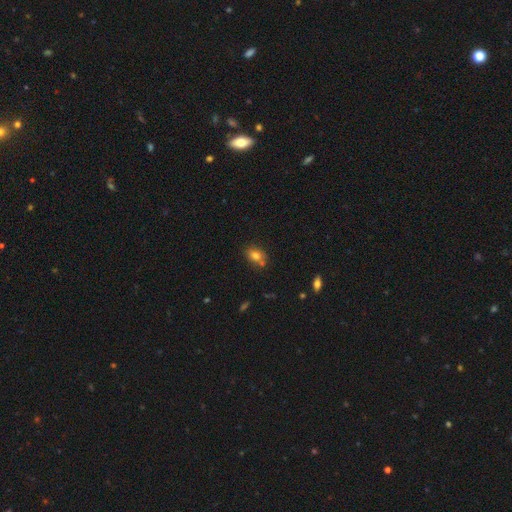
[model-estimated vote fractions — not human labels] This is likely a smooth galaxy (77%). How rounded: likely in between (68%). Merging: likely none (67%).